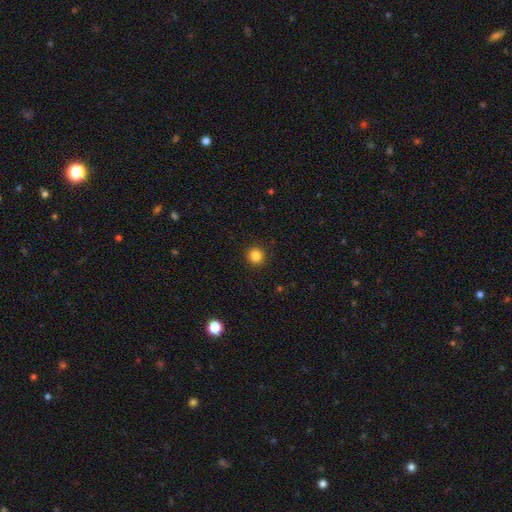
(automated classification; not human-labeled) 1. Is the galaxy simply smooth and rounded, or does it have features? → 85% smooth, 11% star or artifact, 4% featured or disk.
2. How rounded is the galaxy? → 95% round, 4% in between, 1% cigar-shaped.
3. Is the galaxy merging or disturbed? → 93% none, 5% minor disturbance, 2% major disturbance, 1% merger.